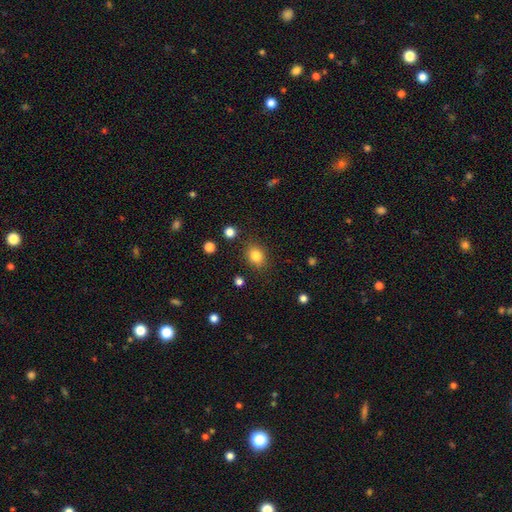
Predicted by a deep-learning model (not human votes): A smooth galaxy with no disk features (82%) that is in between round and cigar-shaped (50%). Merging: none (85%).